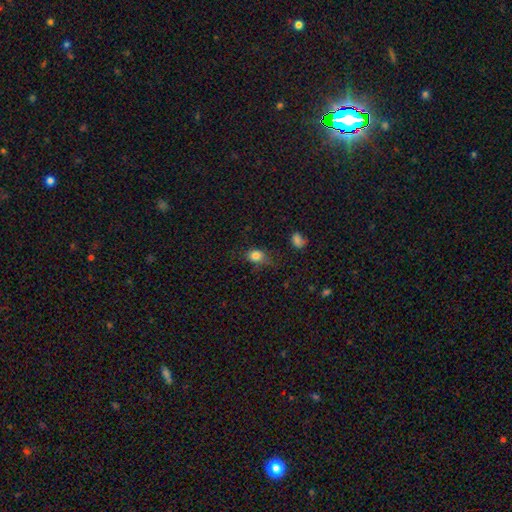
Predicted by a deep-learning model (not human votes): This is clearly a smooth galaxy (81%). How rounded: possibly round (55%). Merging: possibly none (57%).